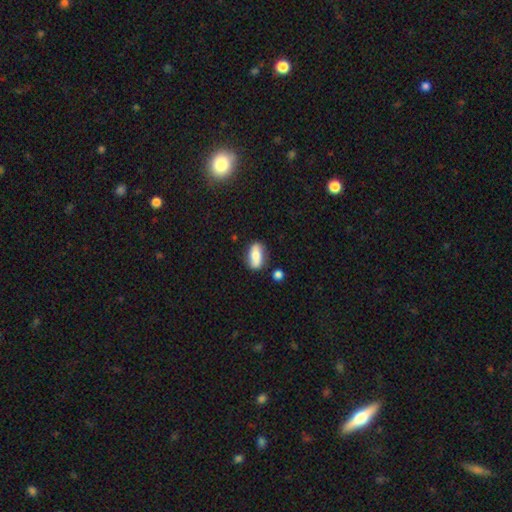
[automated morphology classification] type=smooth (63%); roundness=in between (82%); merging=none (76%).